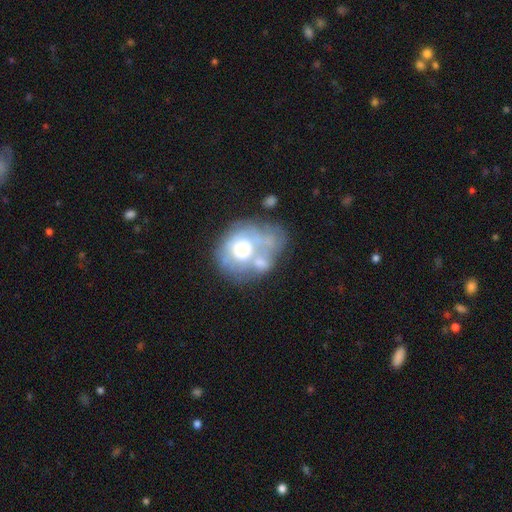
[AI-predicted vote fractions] Overall: featured or disk (47%; smooth 39%). Merging: none (33%; merger 29%).